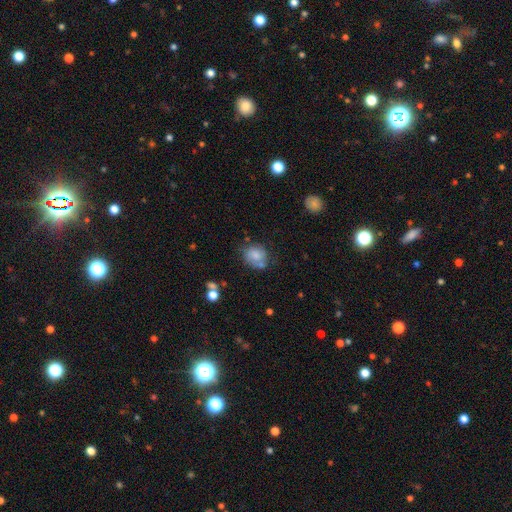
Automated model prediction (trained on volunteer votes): Smooth or featured: smooth — 69% (featured or disk — 22%)
How rounded: round — 66% (in between — 33%)
Merging: none — 55% (minor disturbance — 24%)